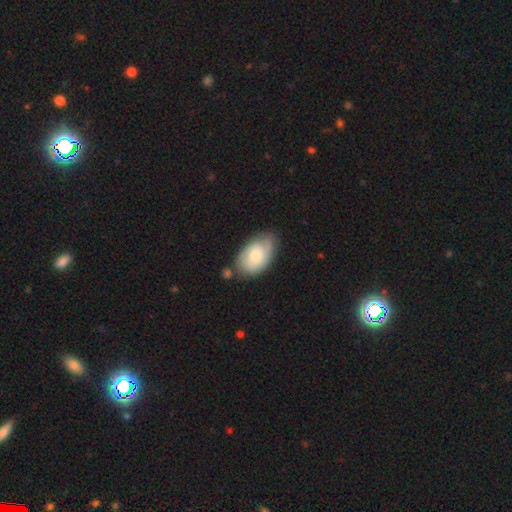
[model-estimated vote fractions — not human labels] Smooth or featured? Predicted: featured or disk (p=0.48). Merging? Predicted: none (p=0.64).